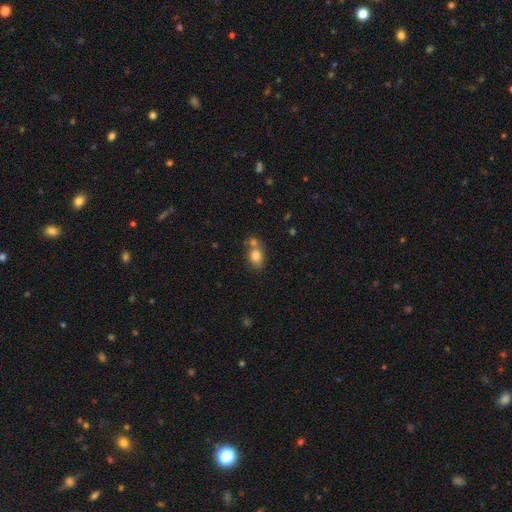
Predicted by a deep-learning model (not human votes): smooth-or-featured: smooth: 81% | featured or disk: 10% | star or artifact: 9%
  how-rounded: in between: 59% | round: 40% | cigar-shaped: 1%
  merging: none: 50% | merger: 32% | minor disturbance: 13% | major disturbance: 5%